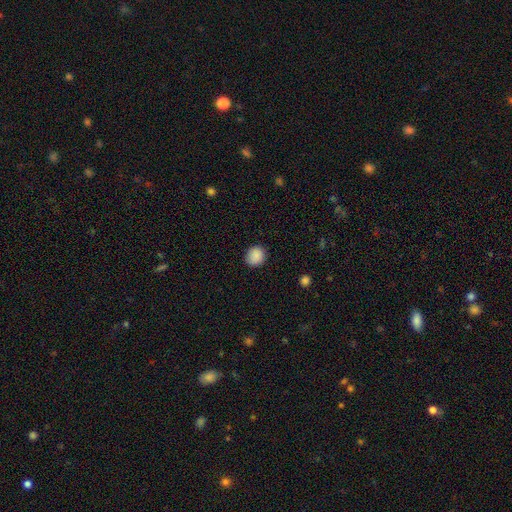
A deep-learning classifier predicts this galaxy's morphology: Smooth or featured? smooth (88%)
How rounded? round (85%)
Merging? none (88%)